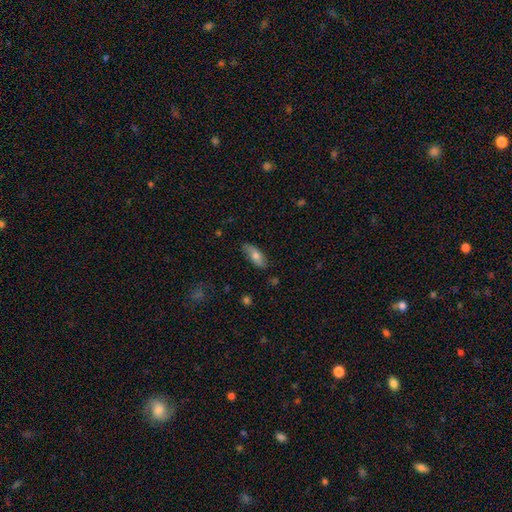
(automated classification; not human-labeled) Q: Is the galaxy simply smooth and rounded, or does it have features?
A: smooth — 71%.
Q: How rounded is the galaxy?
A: in between — 76%.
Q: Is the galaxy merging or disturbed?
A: none — 80%.